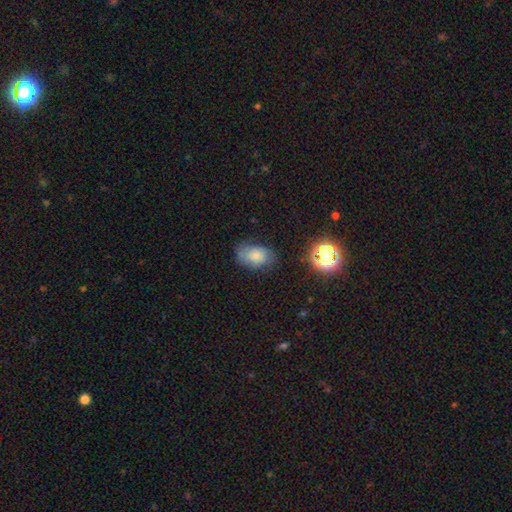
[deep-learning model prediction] smooth 74%, featured or disk 14%, star or artifact 13%. Down the decision tree: how rounded — in between (85%); merging — none (65%).